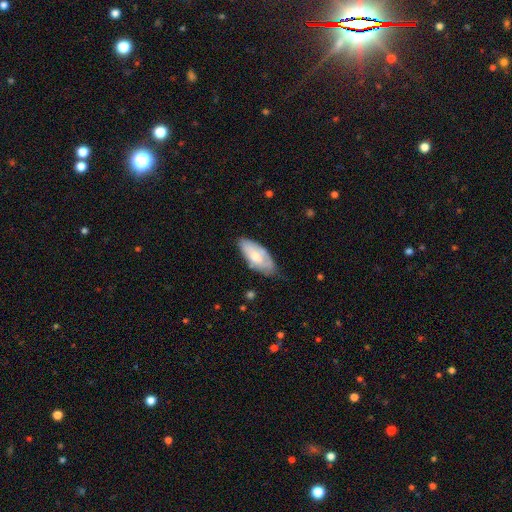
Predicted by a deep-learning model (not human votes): This is possibly a smooth galaxy (60%). How rounded: clearly in between (88%). Merging: likely none (61%).